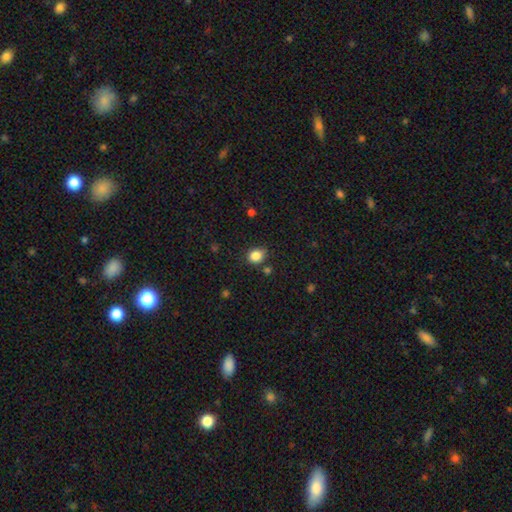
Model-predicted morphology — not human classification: Smooth or featured?
  - smooth: 85% *
  - star or artifact: 11%
  - featured or disk: 4%
How rounded?
  - round: 60% *
  - in between: 39%
  - cigar-shaped: 1%
Merging?
  - none: 79% *
  - minor disturbance: 13%
  - merger: 5%
  - major disturbance: 3%